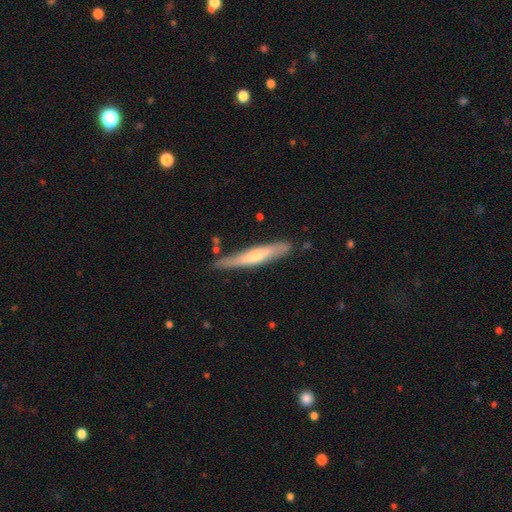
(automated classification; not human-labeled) Overall: smooth (54%; featured or disk 41%). How rounded: cigar-shaped (93%). Merging: none (79%).